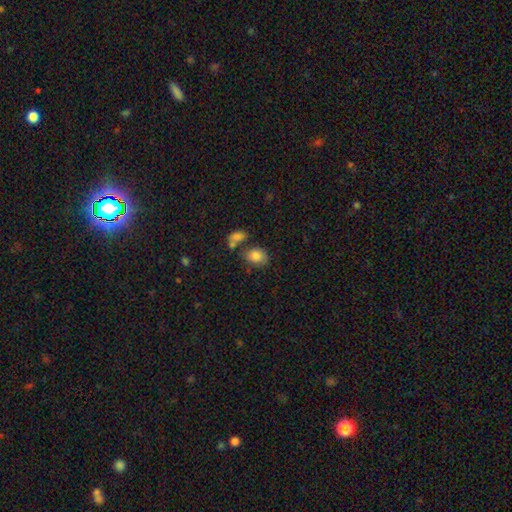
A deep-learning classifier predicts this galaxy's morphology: A smooth galaxy with no disk features (83%) that is in between round and cigar-shaped (69%). Merging: none (59%).